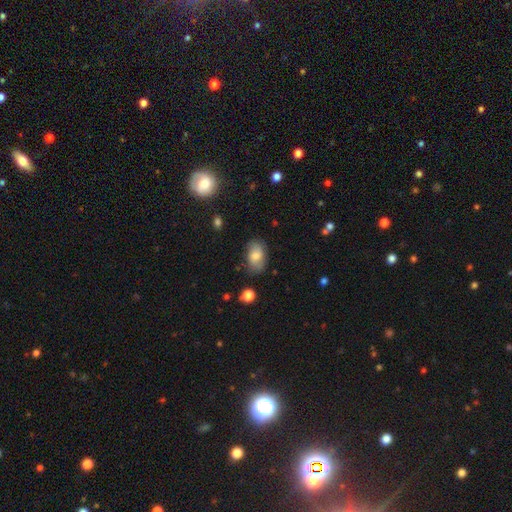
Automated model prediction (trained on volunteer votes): smooth-or-featured: smooth: 73% | featured or disk: 19% | star or artifact: 8%
  how-rounded: in between: 88% | round: 10% | cigar-shaped: 2%
  merging: none: 75% | minor disturbance: 18% | major disturbance: 5% | merger: 2%